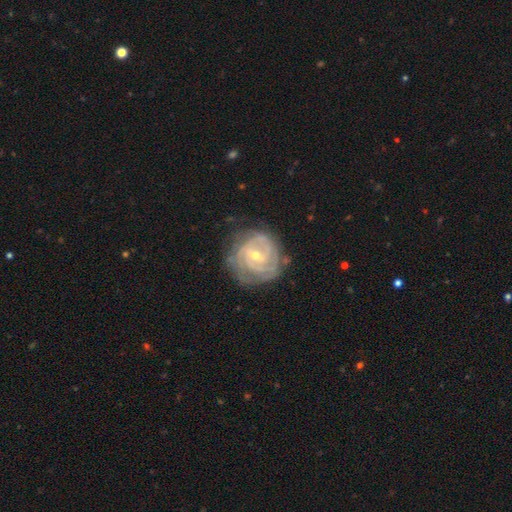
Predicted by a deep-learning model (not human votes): smooth-or-featured: featured or disk: 85% | smooth: 9% | star or artifact: 6%
  disk-edge-on: no: 97% | yes: 3%
    bar: weak: 51% | no: 29% | strong: 20%
    has-spiral-arms: yes: 94% | no: 6%
      spiral-winding: tight: 74% | medium: 21% | loose: 5%
      spiral-arm-count: can't tell: 36% | 2: 26% | 3: 19% | 4: 10% | 1: 5% | more than 4: 5%
    bulge-size: small: 54% | moderate: 44% | large: 1% | none: 1% | dominant: 1%
  merging: none: 71% | minor disturbance: 19% | major disturbance: 8% | merger: 2%